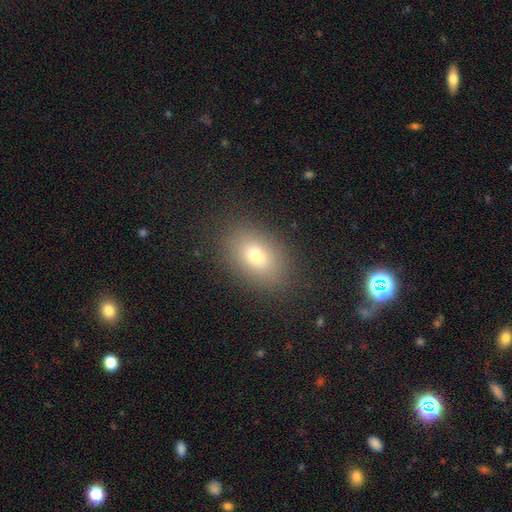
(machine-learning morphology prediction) smooth-or-featured: smooth: 73% | star or artifact: 14% | featured or disk: 13%
  how-rounded: in between: 80% | round: 18% | cigar-shaped: 2%
  merging: none: 86% | minor disturbance: 9% | major disturbance: 4% | merger: 1%